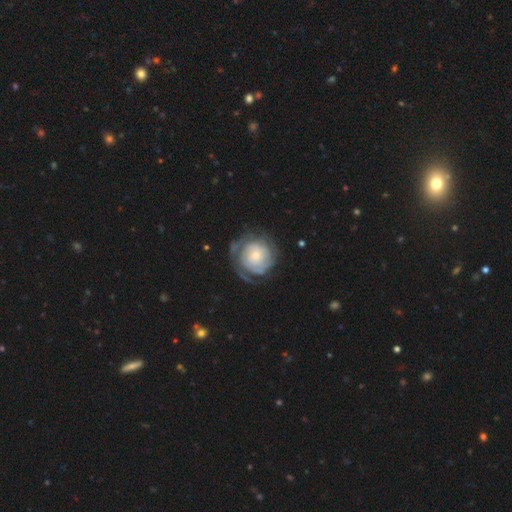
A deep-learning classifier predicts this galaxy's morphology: Smooth or featured? Predicted: featured or disk (p=0.69). Edge-on disk? Predicted: no (p=0.97). Bar? Predicted: no (p=0.81). Spiral arms? Predicted: yes (p=0.78). Spiral winding? Predicted: tight (p=0.71). Spiral arm count? Predicted: can't tell (p=0.52). Bulge size? Predicted: small (p=0.60). Merging? Predicted: none (p=0.61).